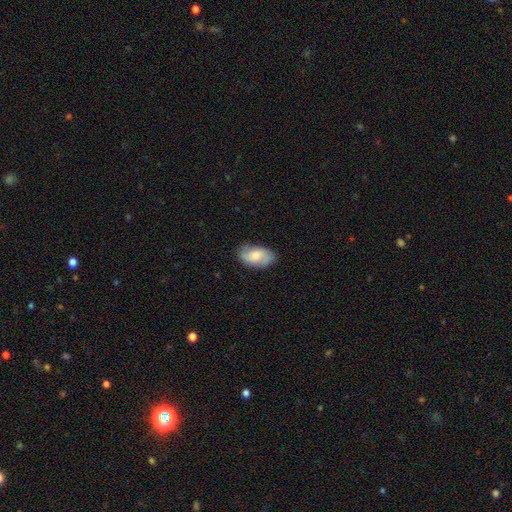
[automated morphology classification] Smooth or featured?
  - smooth: 57% *
  - featured or disk: 36%
  - star or artifact: 7%
How rounded?
  - in between: 92% *
  - round: 5%
  - cigar-shaped: 2%
Merging?
  - none: 77% *
  - minor disturbance: 18%
  - major disturbance: 4%
  - merger: 1%